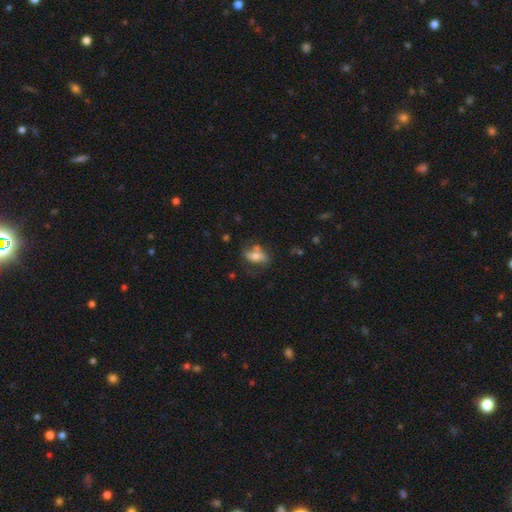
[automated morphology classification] smooth 54%, featured or disk 37%, star or artifact 9%. Down the decision tree: how rounded — in between (81%); merging — none (55%).